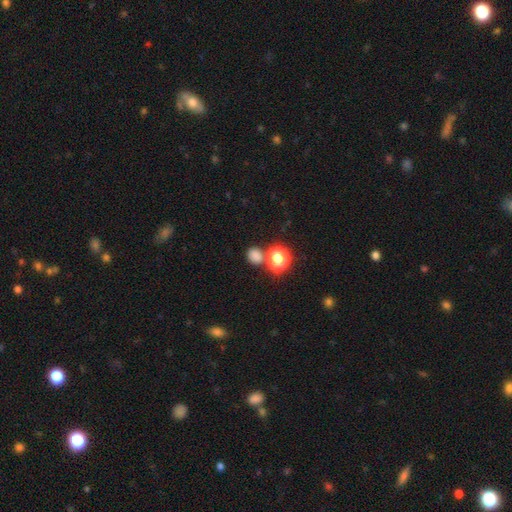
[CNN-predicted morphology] A smooth galaxy with no disk features (77%) that is round (72%). Merging: none (73%).